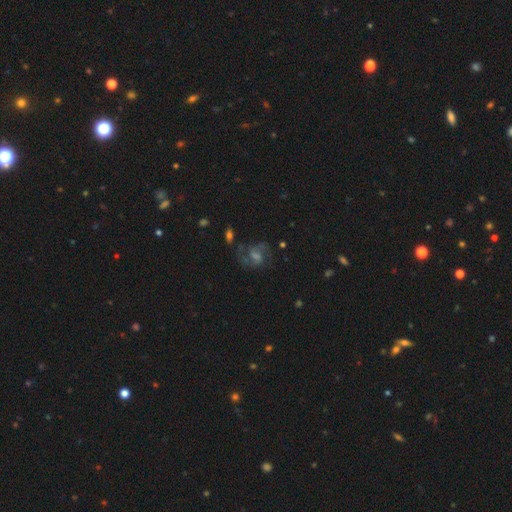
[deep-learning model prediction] Smooth or featured? featured or disk (64%)
Edge-on disk? no (97%)
Bar? weak (50%)
Spiral arms? yes (89%)
Spiral winding? medium (55%)
Spiral arm count? 2 (73%)
Bulge size? small (38%, tied with moderate)
Merging? none (64%)